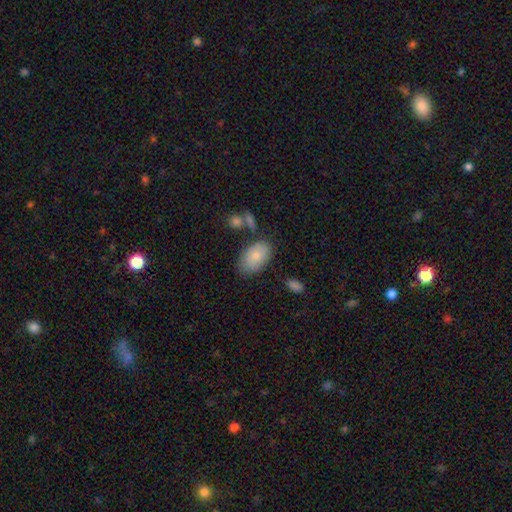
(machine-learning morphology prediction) Smooth or featured? Predicted: smooth (p=0.83). How rounded? Predicted: in between (p=0.93). Merging? Predicted: none (p=0.70).